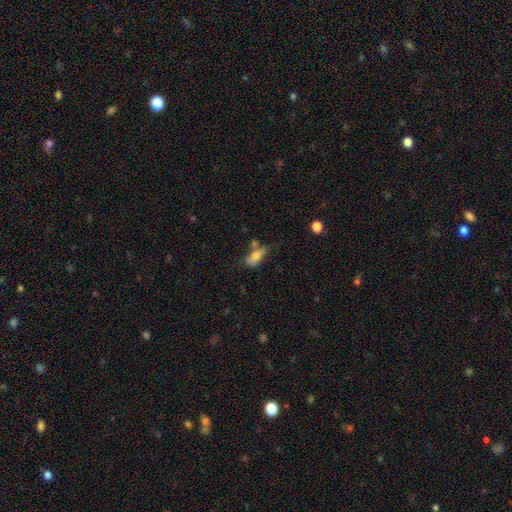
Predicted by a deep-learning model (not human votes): The model was most divided on "merging": none: 47%, minor disturbance: 26%, merger: 17%, major disturbance: 10%. More confident: how rounded — in between (76%); smooth or featured — smooth (73%).